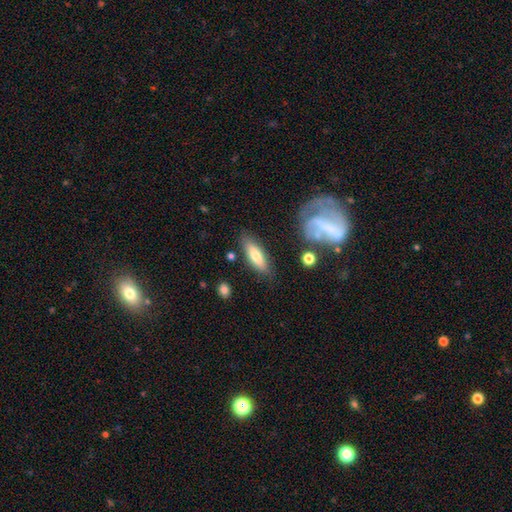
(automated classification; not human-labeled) Q: Smooth or featured?
A: smooth (71%); runner-up: featured or disk (22%)
Q: How rounded?
A: in between (53%); runner-up: cigar-shaped (45%)
Q: Merging?
A: none (80%); runner-up: minor disturbance (13%)